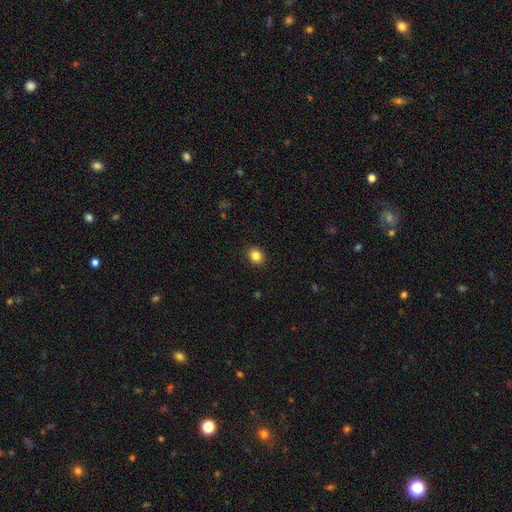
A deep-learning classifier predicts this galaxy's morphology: This is clearly a smooth galaxy (85%). How rounded: likely round (68%). Merging: clearly none (91%).